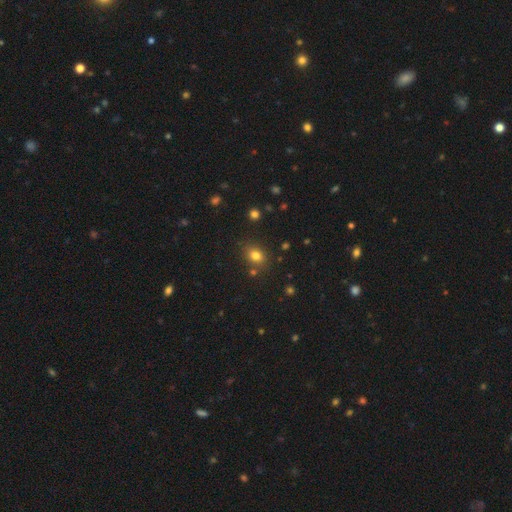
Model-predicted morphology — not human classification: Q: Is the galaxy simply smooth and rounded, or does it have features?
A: smooth — 78%.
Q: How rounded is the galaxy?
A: in between — 56%.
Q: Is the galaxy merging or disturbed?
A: none — 77%.